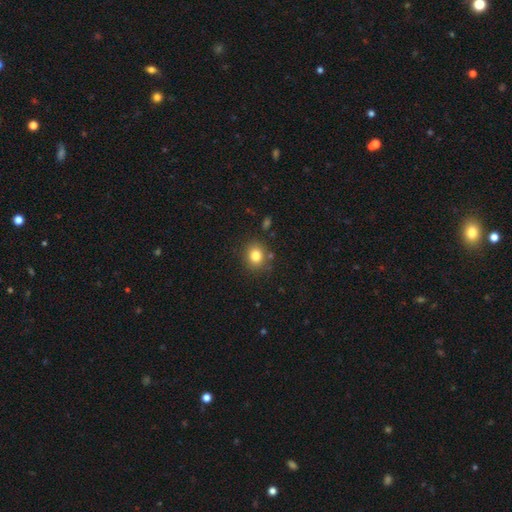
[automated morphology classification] This appears to be a smooth galaxy with no disk features (81%) that is round (76%). Merging: none (82%).